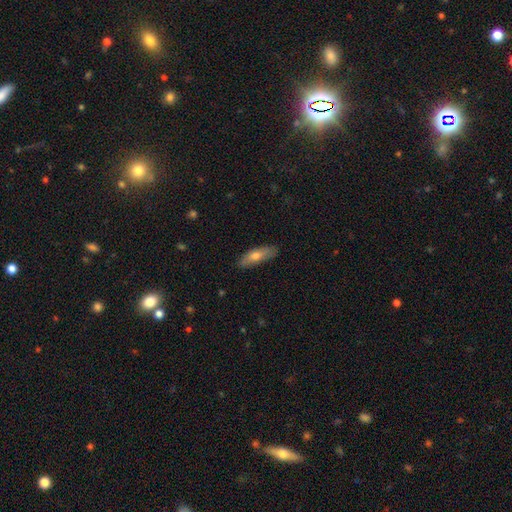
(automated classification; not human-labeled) Smooth or featured?
  - smooth: 66% *
  - featured or disk: 28%
  - star or artifact: 6%
How rounded?
  - cigar-shaped: 49% * (tied)
  - in between: 49% * (tied)
  - round: 2%
Merging?
  - none: 84% *
  - minor disturbance: 12%
  - major disturbance: 2%
  - merger: 1%